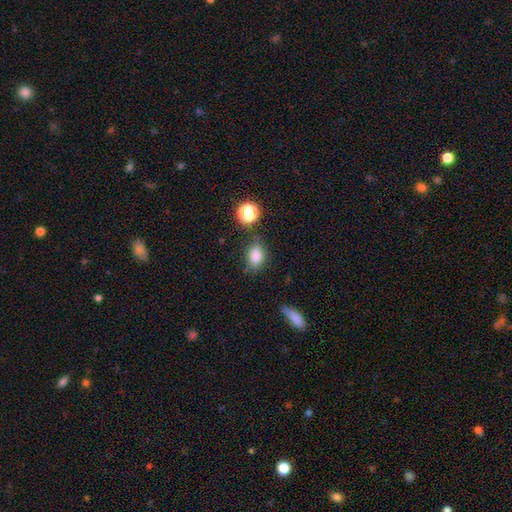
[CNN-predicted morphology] type=smooth (81%); roundness=in between (75%); merging=none (73%).